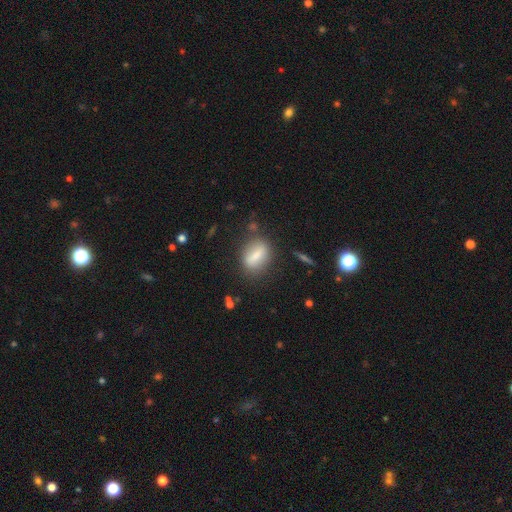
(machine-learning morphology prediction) Smooth or featured? Predicted: smooth (p=0.68). How rounded? Predicted: in between (p=0.67). Merging? Predicted: none (p=0.76).